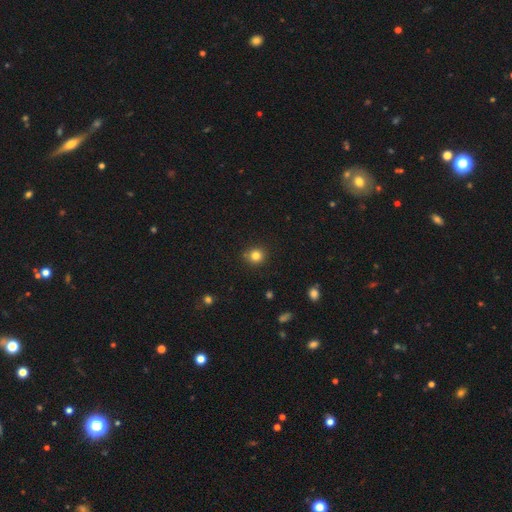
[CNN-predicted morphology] Smooth or featured: smooth — 83% (star or artifact — 13%)
How rounded: round — 90% (in between — 9%)
Merging: none — 87% (minor disturbance — 9%)